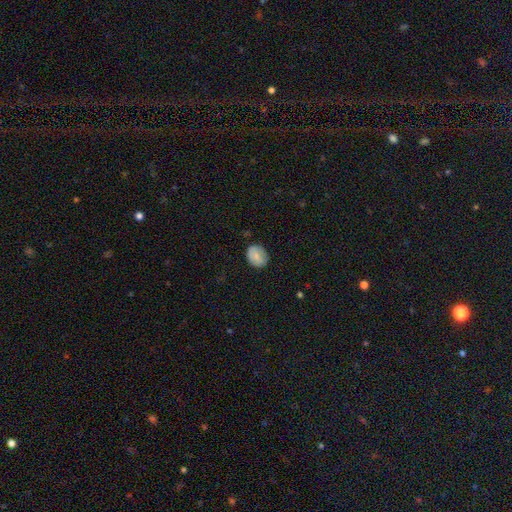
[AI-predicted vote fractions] smooth_or_featured: smooth (p=0.75) [alt: featured or disk p=0.17]
how_rounded: in between (p=0.56) [alt: round p=0.43]
merging: none (p=0.79) [alt: minor disturbance p=0.16]